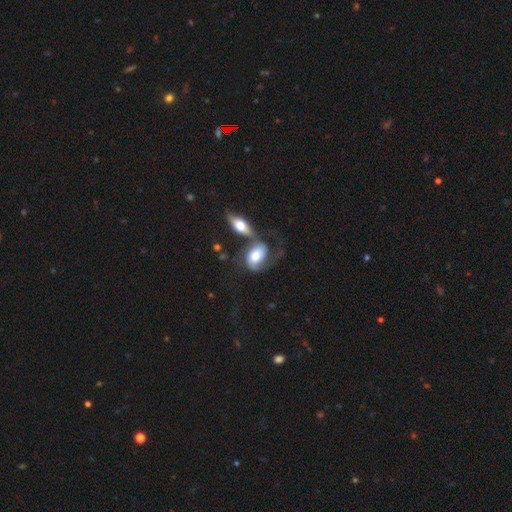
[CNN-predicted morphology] featured or disk 59%, smooth 35%, star or artifact 7%. Down the decision tree: edge-on disk — no (93%); bar — no (54%); spiral arms — yes (87%); bulge size — large (46%); merging — merger (45%).